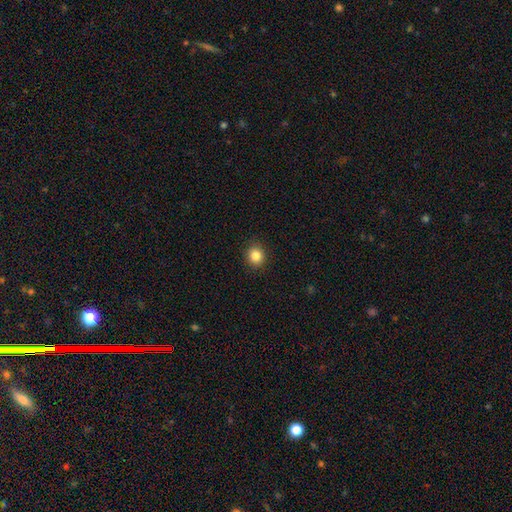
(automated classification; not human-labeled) Overall: smooth (85%). How rounded: round (84%). Merging: none (91%).